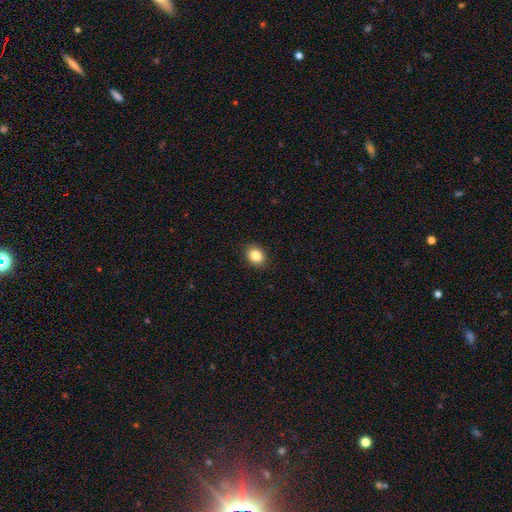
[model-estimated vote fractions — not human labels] The model was most divided on "how rounded": in between: 52%, round: 48%, cigar-shaped: 1%. More confident: merging — none (90%); smooth or featured — smooth (85%).